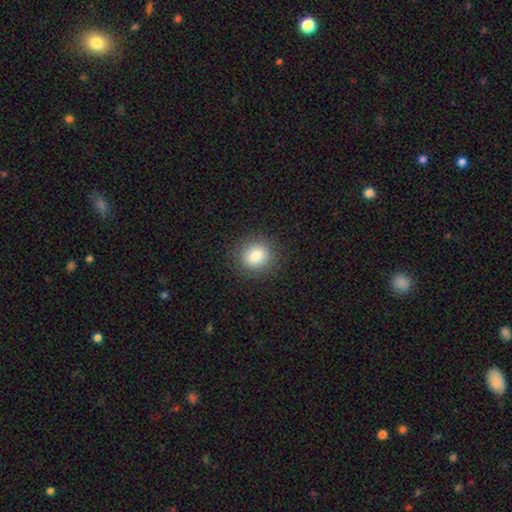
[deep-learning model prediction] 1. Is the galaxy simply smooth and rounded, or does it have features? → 83% smooth, 10% star or artifact, 7% featured or disk.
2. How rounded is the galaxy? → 79% round, 20% in between, 1% cigar-shaped.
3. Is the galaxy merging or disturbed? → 89% none, 7% minor disturbance, 3% major disturbance, 1% merger.